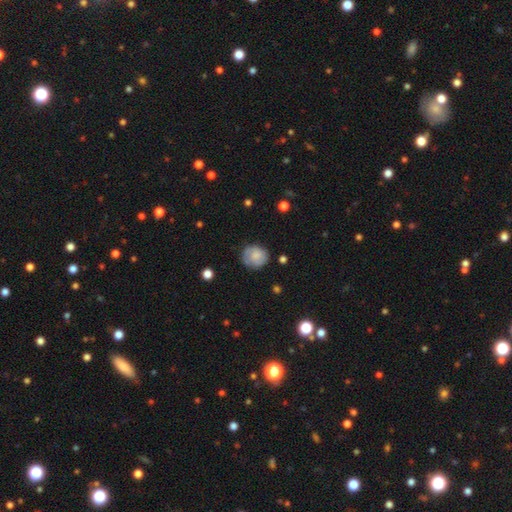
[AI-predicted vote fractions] Smooth or featured: smooth — 57% (featured or disk — 35%)
How rounded: round — 80% (in between — 19%)
Merging: none — 71% (minor disturbance — 20%)